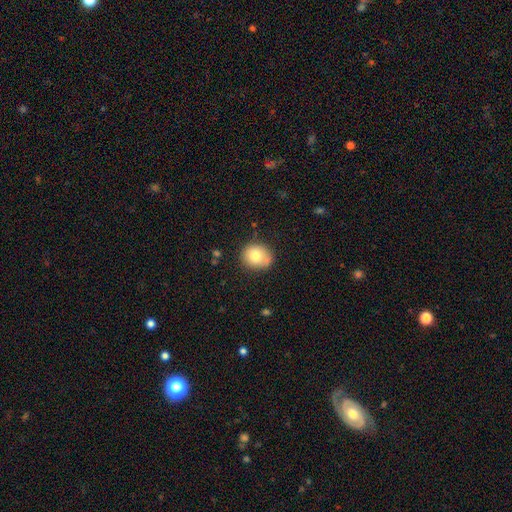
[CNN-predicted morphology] Smooth or featured? smooth (77%)
How rounded? round (68%)
Merging? none (74%)